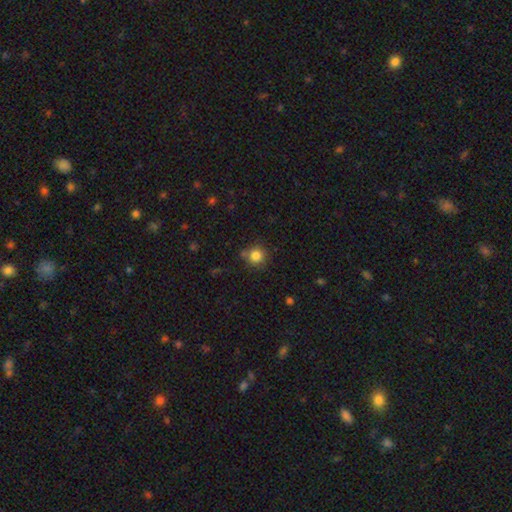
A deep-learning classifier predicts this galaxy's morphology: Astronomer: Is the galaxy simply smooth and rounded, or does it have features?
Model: smooth — 83%.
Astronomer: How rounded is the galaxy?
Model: round — 92%.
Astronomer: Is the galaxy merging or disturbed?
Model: none — 76%.